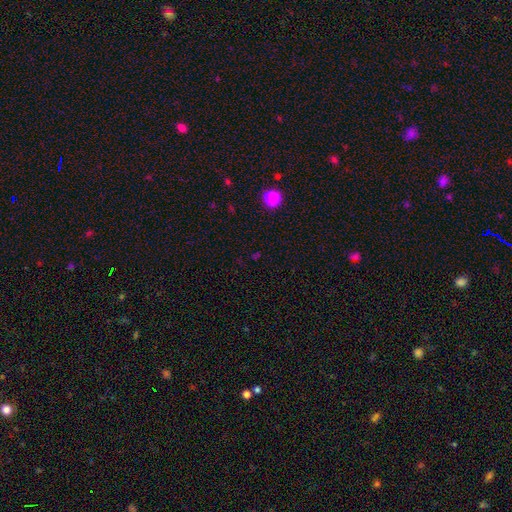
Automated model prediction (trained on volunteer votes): Smooth or featured?
  - star or artifact: 56% *
  - smooth: 36%
  - featured or disk: 7%